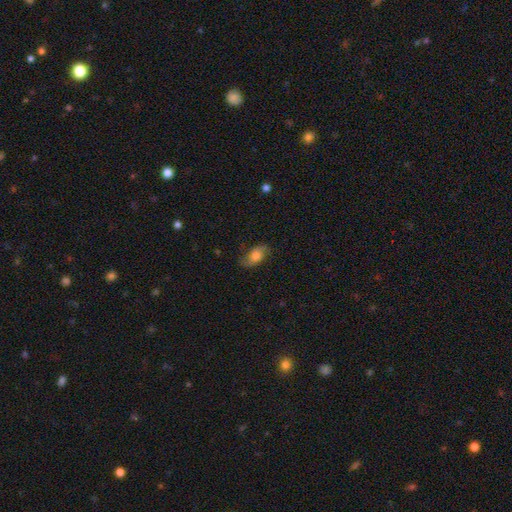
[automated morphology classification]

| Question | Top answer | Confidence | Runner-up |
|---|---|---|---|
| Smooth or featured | featured or disk | 46% | smooth (45%) |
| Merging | none | 72% | minor disturbance (19%) |